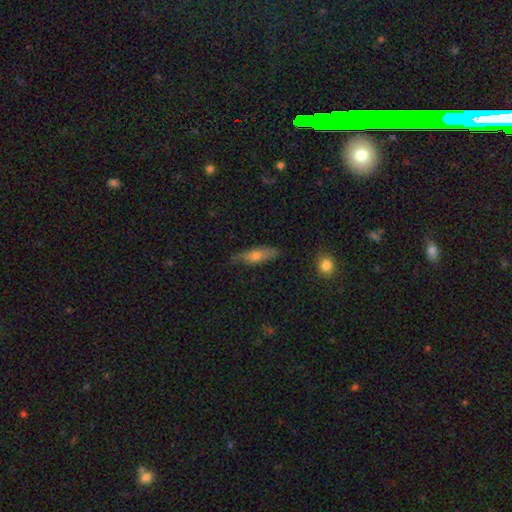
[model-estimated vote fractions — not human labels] Q: Smooth or featured?
A: smooth (56%); runner-up: featured or disk (37%)
Q: How rounded?
A: cigar-shaped (49%); runner-up: in between (48%)
Q: Merging?
A: none (67%); runner-up: minor disturbance (25%)